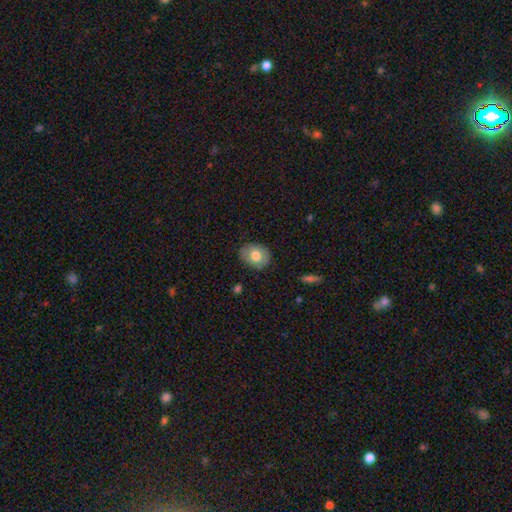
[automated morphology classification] This is likely a smooth galaxy (73%). How rounded: likely in between (61%). Merging: clearly none (83%).